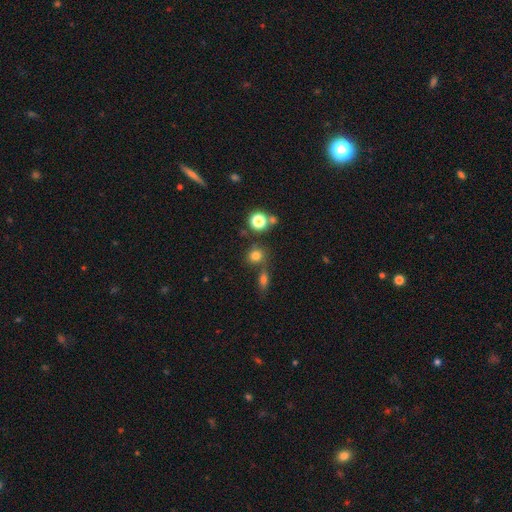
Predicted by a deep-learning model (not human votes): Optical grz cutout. It shows a smooth galaxy with no disk features (74%) that is round (83%). Merging: none (65%).